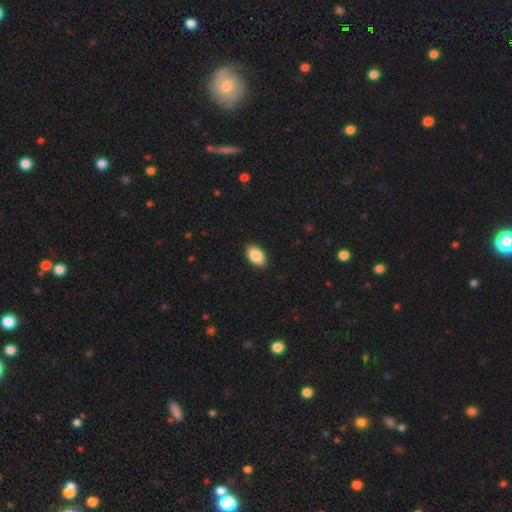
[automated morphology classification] Q: Smooth or featured?
A: smooth (87%); runner-up: star or artifact (7%)
Q: How rounded?
A: in between (93%); runner-up: round (6%)
Q: Merging?
A: none (89%); runner-up: minor disturbance (8%)